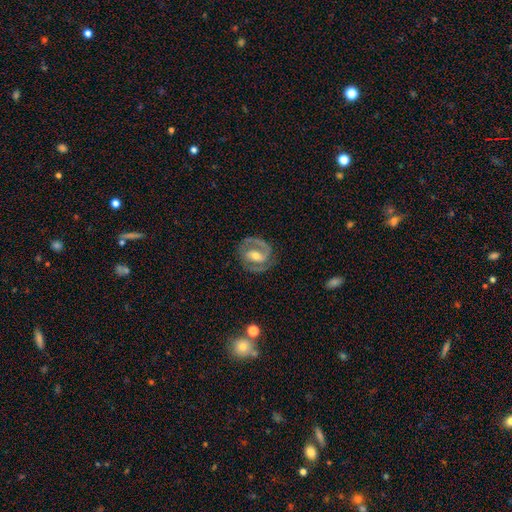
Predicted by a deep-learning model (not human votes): Q: Smooth or featured?
A: featured or disk (85%); runner-up: smooth (10%)
Q: Edge-on disk?
A: no (97%); runner-up: yes (3%)
Q: Bar?
A: weak (42%); runner-up: strong (35%)
Q: Spiral arms?
A: yes (93%); runner-up: no (7%)
Q: Spiral winding?
A: medium (48%); runner-up: tight (41%)
Q: Spiral arm count?
A: 2 (86%); runner-up: 1 (6%)
Q: Bulge size?
A: moderate (61%); runner-up: small (32%)
Q: Merging?
A: none (80%); runner-up: minor disturbance (13%)